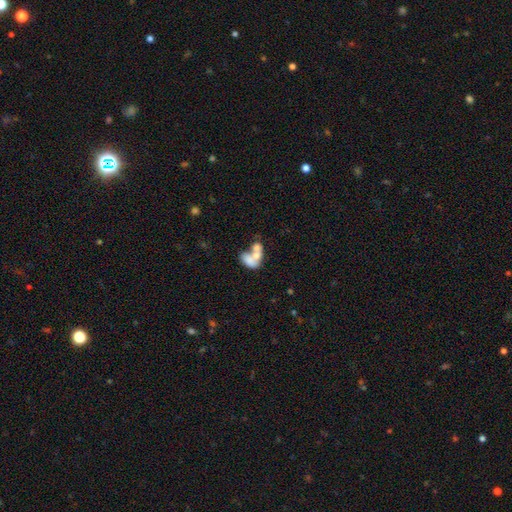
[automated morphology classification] This appears to be a smooth galaxy with no disk features (60%) that is in between round and cigar-shaped (82%). Merging: merger (72%).